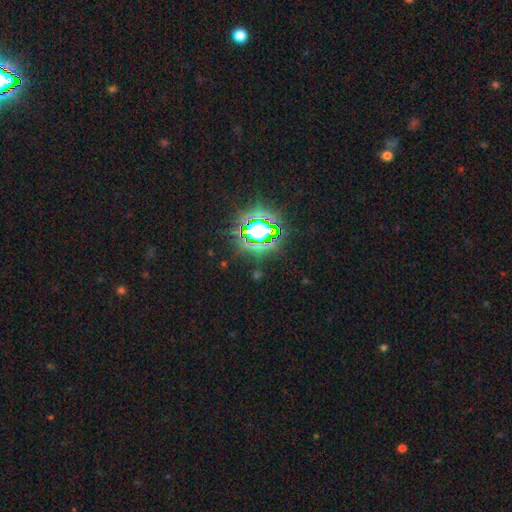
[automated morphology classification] smooth-or-featured: star or artifact: 81% | smooth: 12% | featured or disk: 6%